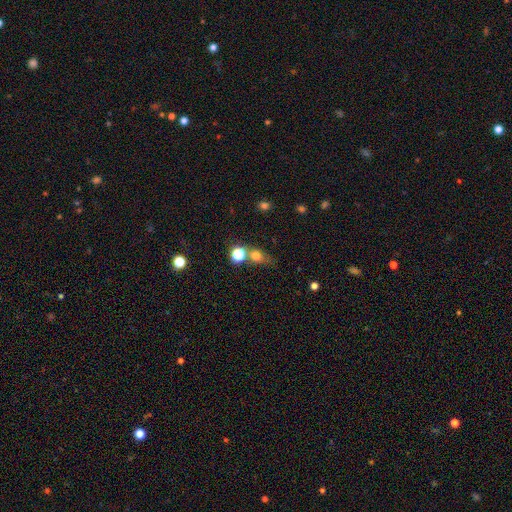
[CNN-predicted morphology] This is likely a smooth galaxy (68%). How rounded: likely round (64%). Merging: possibly none (53%).